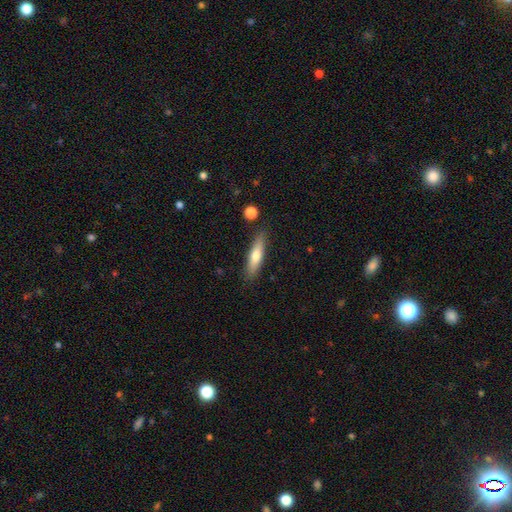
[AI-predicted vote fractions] Smooth or featured?
  - smooth: 64% *
  - featured or disk: 29%
  - star or artifact: 6%
How rounded?
  - cigar-shaped: 75% *
  - in between: 23%
  - round: 2%
Merging?
  - none: 84% *
  - minor disturbance: 11%
  - merger: 3%
  - major disturbance: 2%